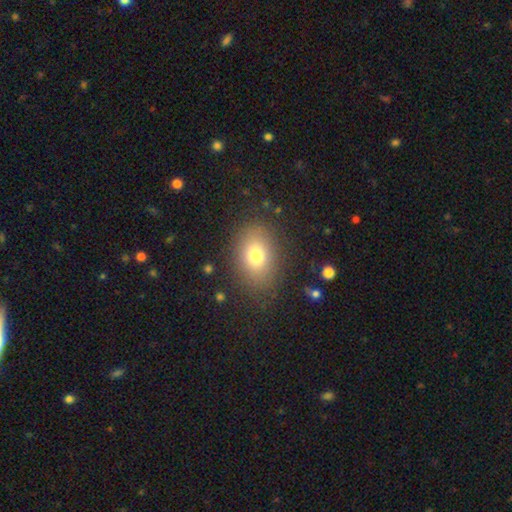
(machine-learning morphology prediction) type=smooth (76%); roundness=in between (74%); merging=none (83%).